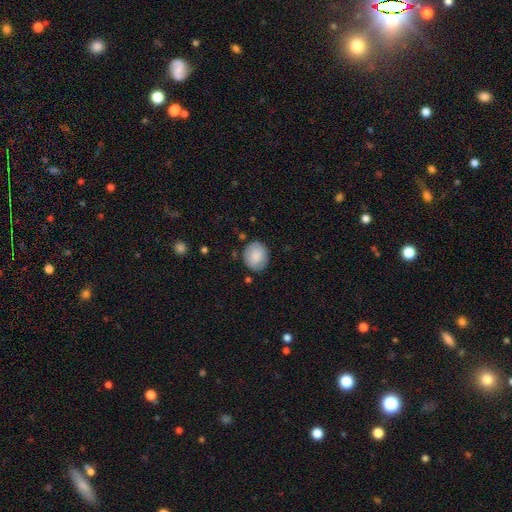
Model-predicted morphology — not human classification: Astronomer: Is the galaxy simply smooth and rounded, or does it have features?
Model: smooth — 84%.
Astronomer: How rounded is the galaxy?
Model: round — 69%.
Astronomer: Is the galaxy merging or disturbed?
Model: none — 82%.